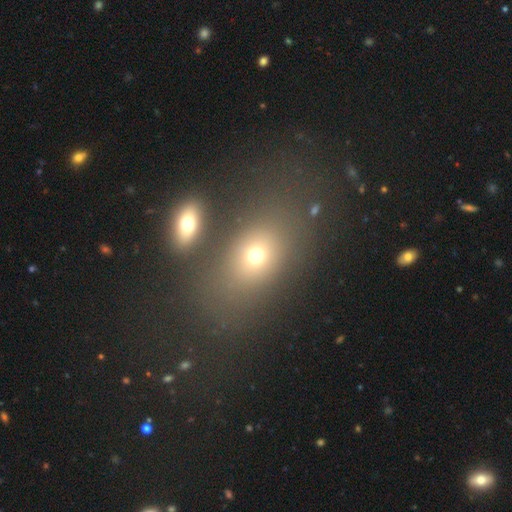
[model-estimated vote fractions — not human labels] Q: Smooth or featured?
A: smooth (68%); runner-up: featured or disk (17%)
Q: How rounded?
A: in between (70%); runner-up: round (27%)
Q: Merging?
A: none (63%); runner-up: merger (15%)